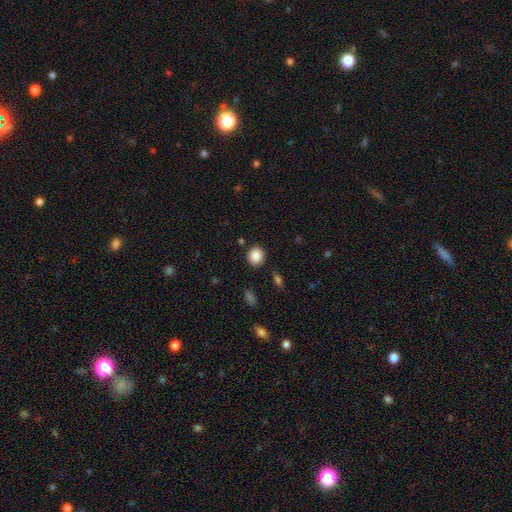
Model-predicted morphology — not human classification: Overall: smooth (87%). How rounded: round (82%). Merging: none (88%).